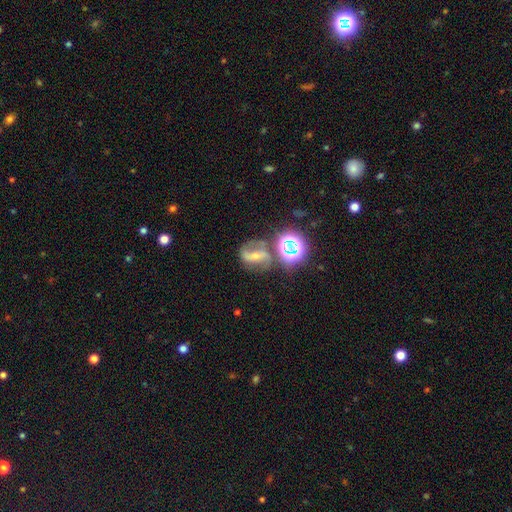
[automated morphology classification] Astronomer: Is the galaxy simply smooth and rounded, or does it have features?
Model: featured or disk — 62%.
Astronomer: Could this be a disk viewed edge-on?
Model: no — 95%.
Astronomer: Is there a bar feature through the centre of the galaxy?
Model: strong — 54%.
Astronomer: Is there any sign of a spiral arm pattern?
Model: yes — 86%.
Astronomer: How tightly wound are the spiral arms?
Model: medium — 45% (runner-up: loose, 37%).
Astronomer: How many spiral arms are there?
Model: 2 — 87%.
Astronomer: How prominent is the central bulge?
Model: small — 50% (runner-up: moderate, 41%).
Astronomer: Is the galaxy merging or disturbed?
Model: none — 61%.